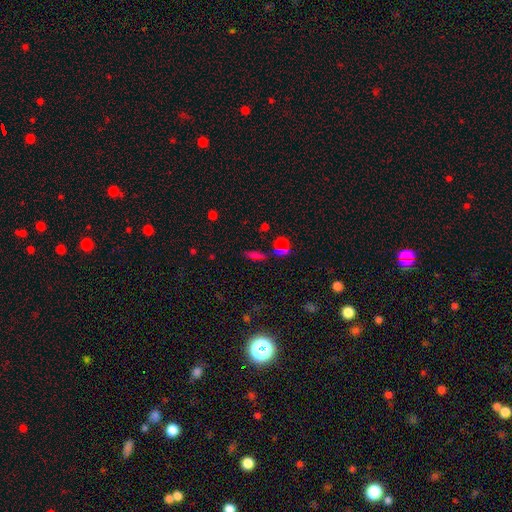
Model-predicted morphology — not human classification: A smooth galaxy with no disk features (59%) that is cigar-shaped (56%). Merging: none (76%).